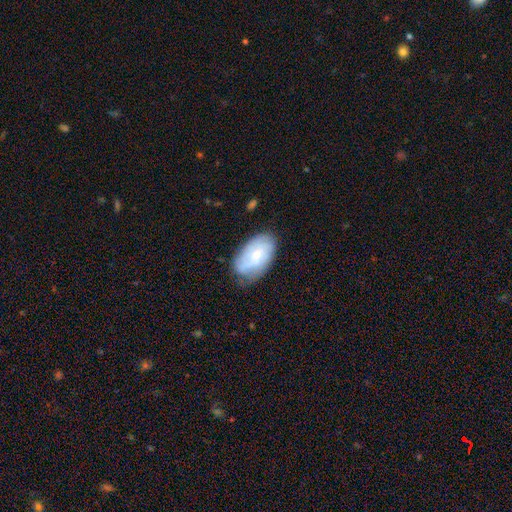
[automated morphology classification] This appears to be a featured or disk galaxy (48%). Merging: none (68%).